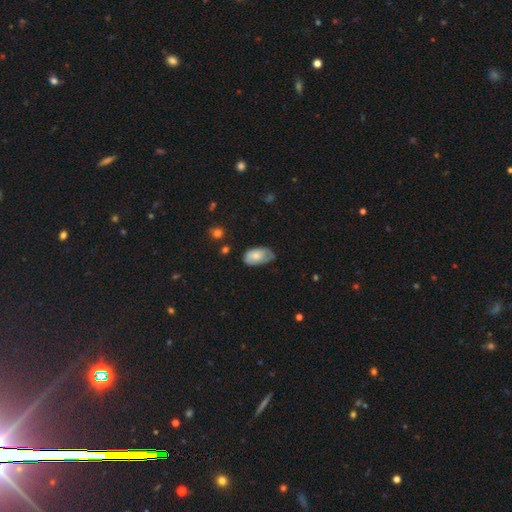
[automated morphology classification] Q: Smooth or featured?
A: smooth (68%); runner-up: featured or disk (25%)
Q: How rounded?
A: in between (93%); runner-up: round (5%)
Q: Merging?
A: none (46%); runner-up: minor disturbance (40%)